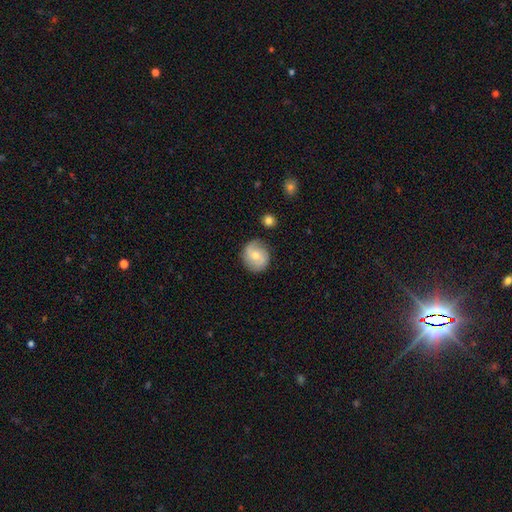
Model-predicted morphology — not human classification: Smooth or featured?
  - featured or disk: 47% *
  - smooth: 46%
  - star or artifact: 8%
Merging?
  - none: 80% *
  - minor disturbance: 14%
  - major disturbance: 4%
  - merger: 2%